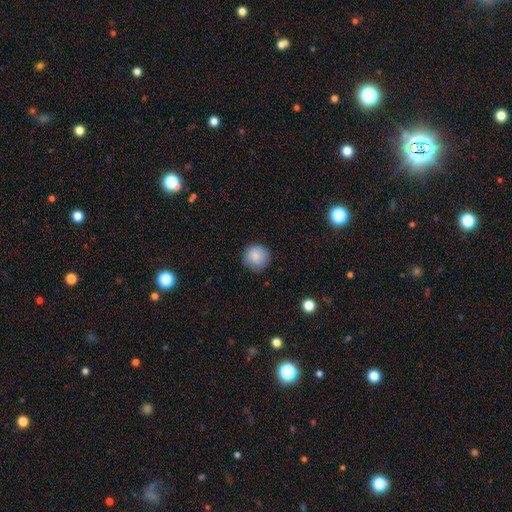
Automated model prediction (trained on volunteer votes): smooth_or_featured: smooth (p=0.85) [alt: star or artifact p=0.08]
how_rounded: round (p=0.95) [alt: in between p=0.04]
merging: none (p=0.87) [alt: minor disturbance p=0.09]